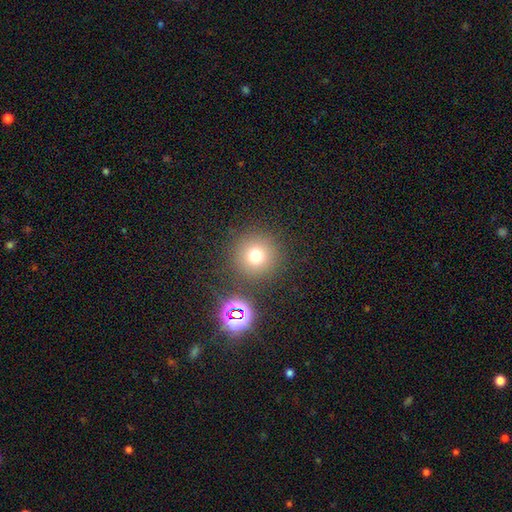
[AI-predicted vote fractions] The model was most divided on "smooth or featured": smooth: 71%, star or artifact: 20%, featured or disk: 9%. More confident: how rounded — round (95%); merging — none (86%).